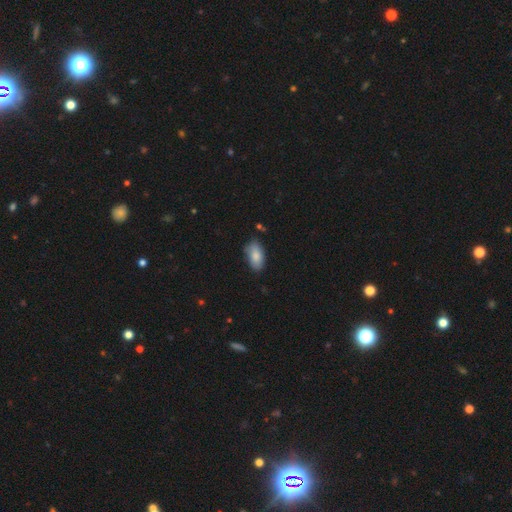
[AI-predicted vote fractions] A smooth galaxy with no disk features (85%) that is in between round and cigar-shaped (94%).

Vote fractions:
- Smooth or featured? smooth: 85% / featured or disk: 9% / star or artifact: 7%
- How rounded? in between: 94% / round: 3% / cigar-shaped: 3%
- Merging? none: 78% / minor disturbance: 17% / major disturbance: 3% / merger: 2%